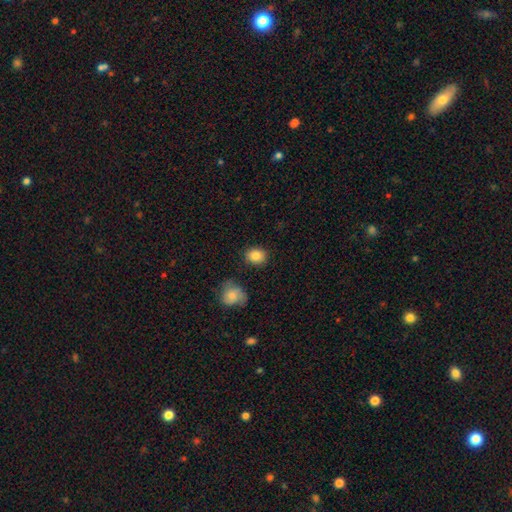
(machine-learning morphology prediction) Smooth or featured?
  - smooth: 86% *
  - star or artifact: 9%
  - featured or disk: 6%
How rounded?
  - round: 61% *
  - in between: 38%
  - cigar-shaped: 1%
Merging?
  - none: 84% *
  - minor disturbance: 10%
  - merger: 3%
  - major disturbance: 3%